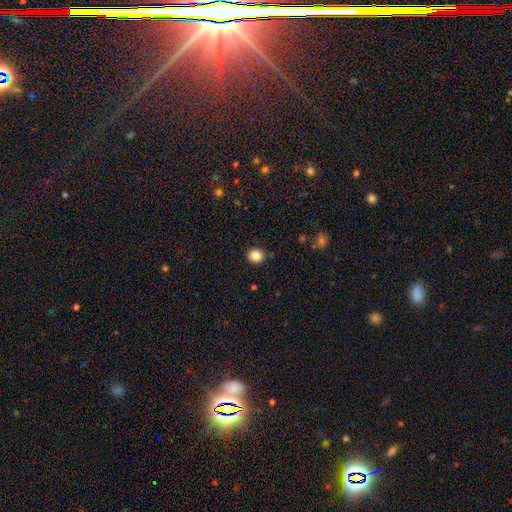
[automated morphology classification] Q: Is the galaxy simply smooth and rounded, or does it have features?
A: smooth — 86%.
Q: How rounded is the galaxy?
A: round — 87%.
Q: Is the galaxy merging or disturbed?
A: none — 90%.